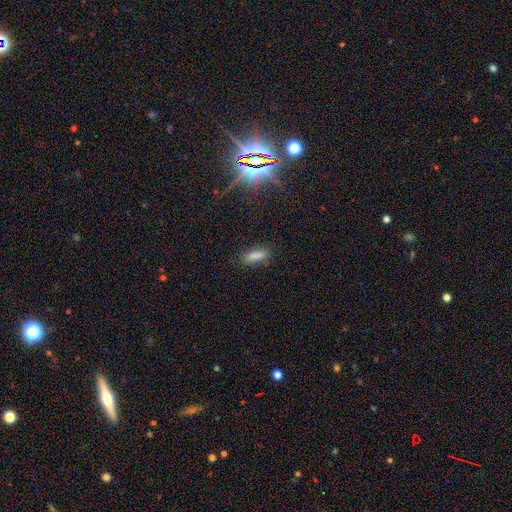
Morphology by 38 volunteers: smooth 92%, star or artifact 5%, featured or disk 3%. Down the decision tree: how rounded — in between (60%); merging — none (86%).